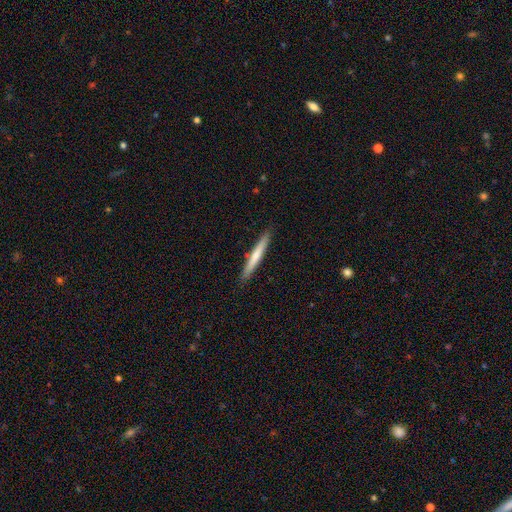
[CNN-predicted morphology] This appears to be a smooth galaxy with no disk features (57%) that is cigar-shaped (96%). Merging: none (89%).